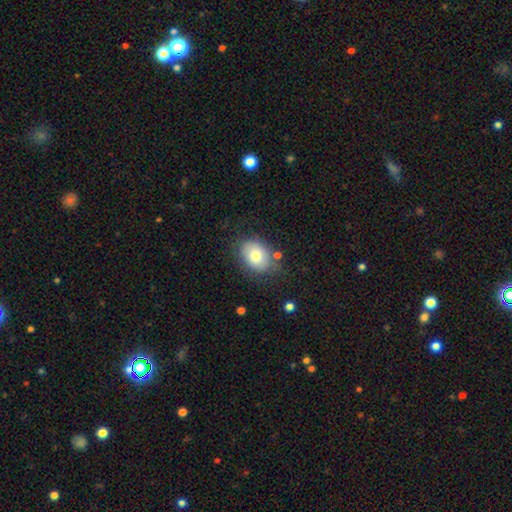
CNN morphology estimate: This is likely a smooth galaxy (75%). How rounded: likely in between (65%). Merging: likely none (73%).